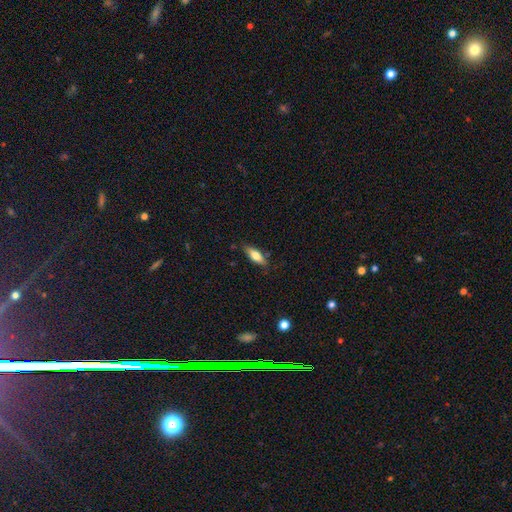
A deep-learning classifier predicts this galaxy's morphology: The model was most divided on "how rounded": in between: 62%, cigar-shaped: 35%, round: 2%. More confident: merging — none (80%); smooth or featured — smooth (68%).